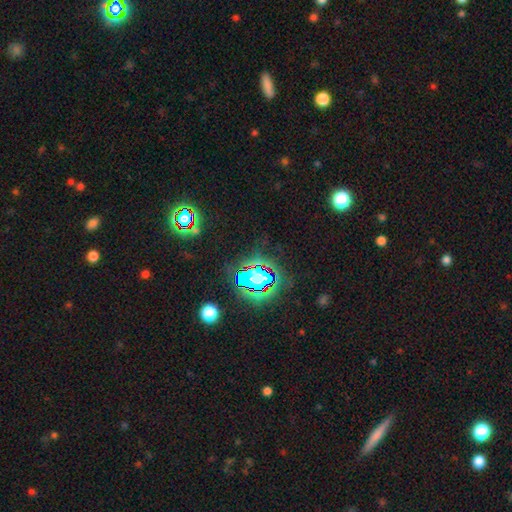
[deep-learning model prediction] The model was most divided on "smooth or featured": star or artifact: 81%, smooth: 11%, featured or disk: 7%.